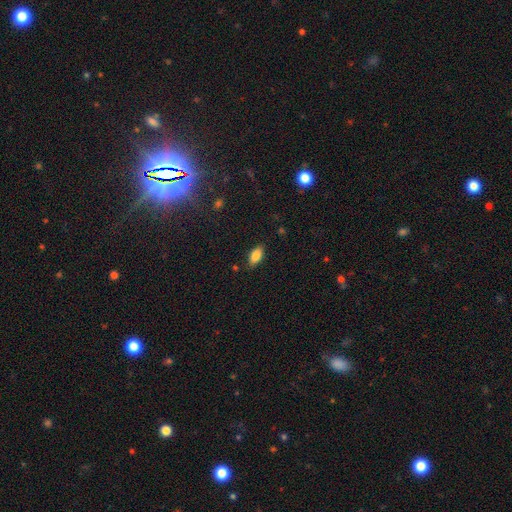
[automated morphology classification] Smooth or featured? smooth (83%)
How rounded? in between (89%)
Merging? none (84%)